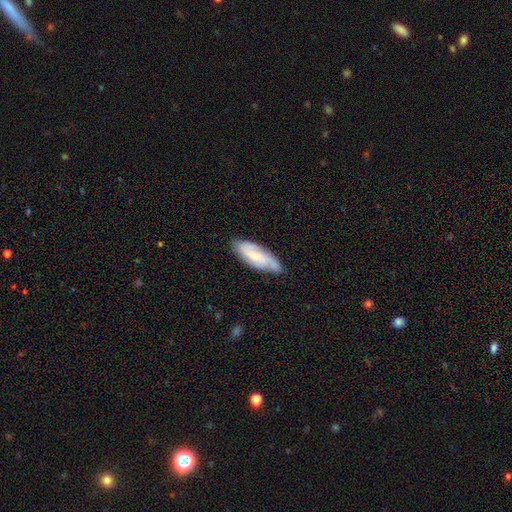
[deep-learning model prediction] Q: Smooth or featured?
A: featured or disk (52%); runner-up: smooth (42%)
Q: Edge-on disk?
A: no (86%); runner-up: yes (14%)
Q: Merging?
A: none (71%); runner-up: minor disturbance (23%)